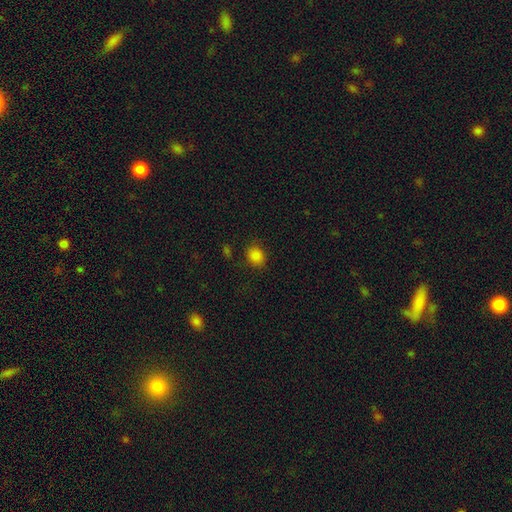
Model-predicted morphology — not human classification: This is clearly a smooth galaxy (84%). How rounded: possibly round (59%). Merging: likely none (80%).